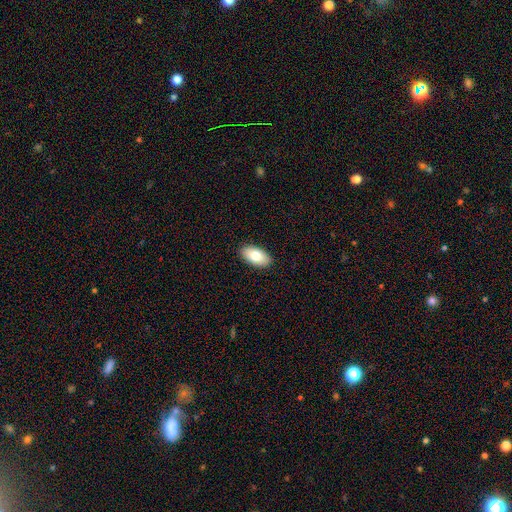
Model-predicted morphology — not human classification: type=smooth (79%); roundness=in between (95%); merging=none (90%).